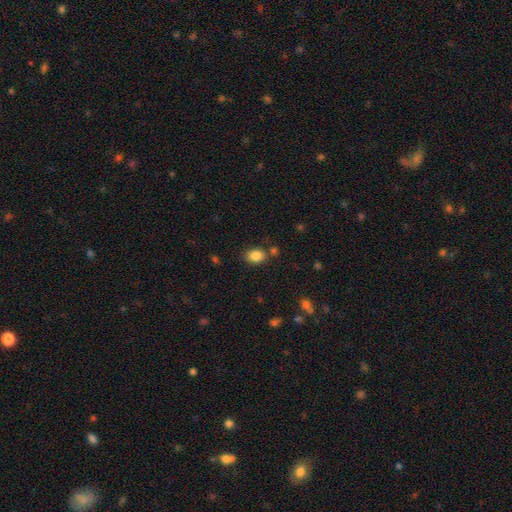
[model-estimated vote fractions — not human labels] smooth-or-featured: smooth: 85% | star or artifact: 10% | featured or disk: 6%
  how-rounded: in between: 72% | round: 27% | cigar-shaped: 1%
  merging: none: 77% | minor disturbance: 12% | merger: 7% | major disturbance: 3%